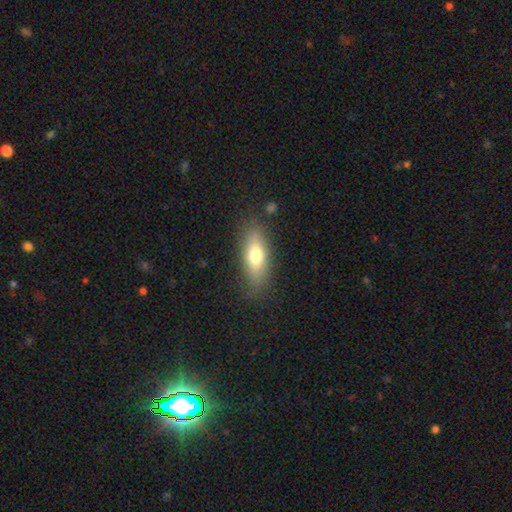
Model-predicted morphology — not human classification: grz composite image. It shows a smooth galaxy with no disk features (67%) that is in between round and cigar-shaped (65%). Merging: none (83%).